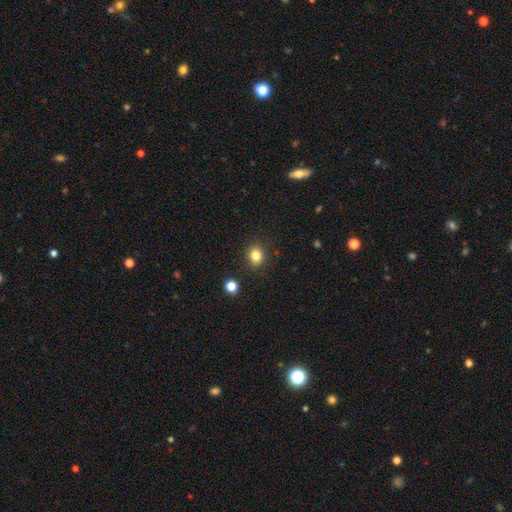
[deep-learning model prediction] This is clearly a smooth galaxy (82%). How rounded: likely round (63%). Merging: clearly none (87%).